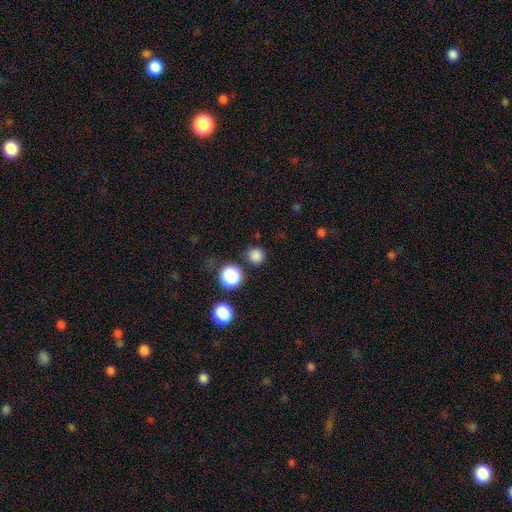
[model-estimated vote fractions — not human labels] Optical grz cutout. It shows a smooth galaxy with no disk features (80%) that is round (94%). Merging: none (87%).